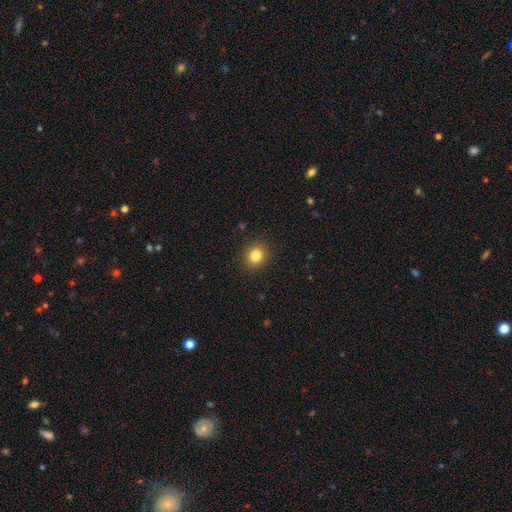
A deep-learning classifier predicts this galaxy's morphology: type=smooth (83%); roundness=round (70%); merging=none (90%).